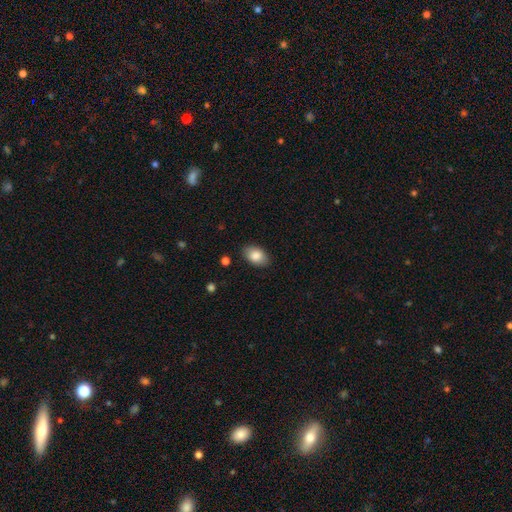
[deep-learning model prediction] The model was most divided on "merging": none: 87%, minor disturbance: 10%, major disturbance: 2%, merger: 1%. More confident: how rounded — in between (89%); smooth or featured — smooth (85%).